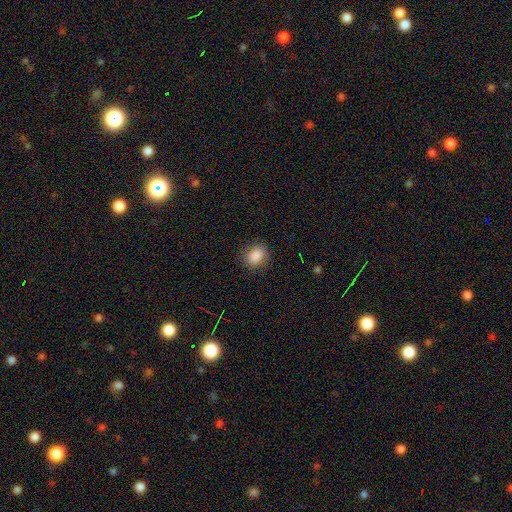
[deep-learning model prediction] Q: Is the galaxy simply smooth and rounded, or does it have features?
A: smooth — 87%.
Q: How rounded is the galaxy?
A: in between — 56%.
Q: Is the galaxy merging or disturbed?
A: none — 85%.